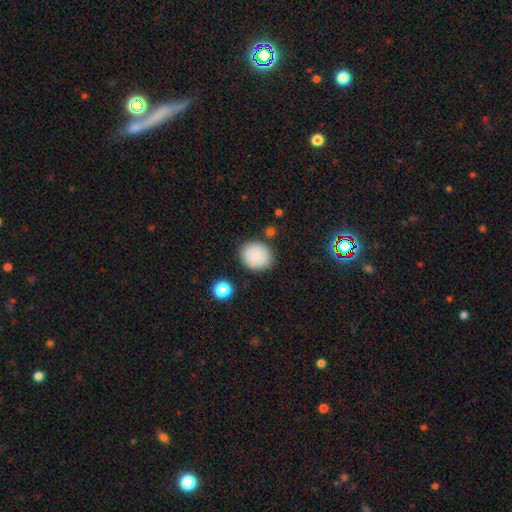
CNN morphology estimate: smooth_or_featured: smooth (p=0.86) [alt: star or artifact p=0.08]
how_rounded: round (p=0.73) [alt: in between p=0.26]
merging: none (p=0.81) [alt: minor disturbance p=0.12]